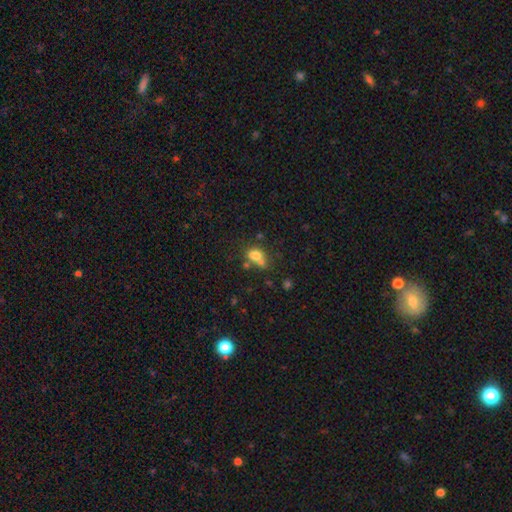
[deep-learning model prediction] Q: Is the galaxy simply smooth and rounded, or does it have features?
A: smooth — 73%.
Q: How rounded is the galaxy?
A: in between — 62%.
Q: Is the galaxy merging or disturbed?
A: merger — 38%.